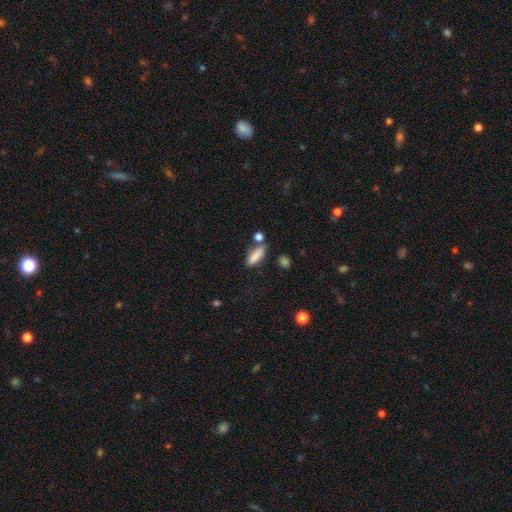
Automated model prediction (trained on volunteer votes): This is clearly a smooth galaxy (84%). How rounded: possibly in between (50%). Merging: likely none (64%).